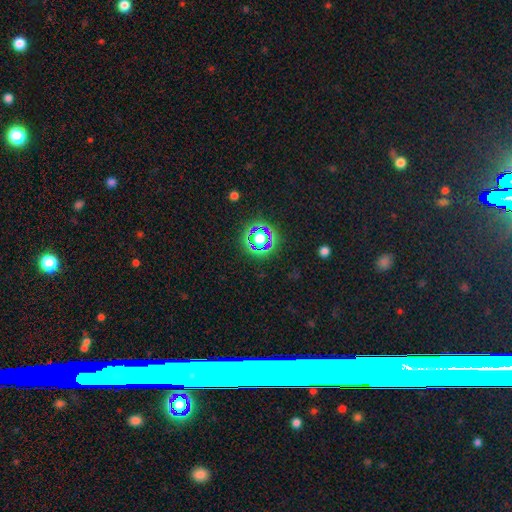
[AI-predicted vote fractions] Smooth or featured: star or artifact — 63% (smooth — 20%)